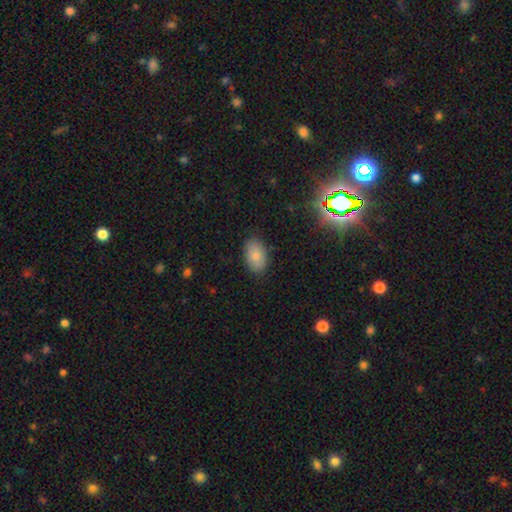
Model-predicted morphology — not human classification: smooth_or_featured: smooth (p=0.82) [alt: featured or disk p=0.10]
how_rounded: in between (p=0.91) [alt: round p=0.08]
merging: none (p=0.85) [alt: minor disturbance p=0.11]